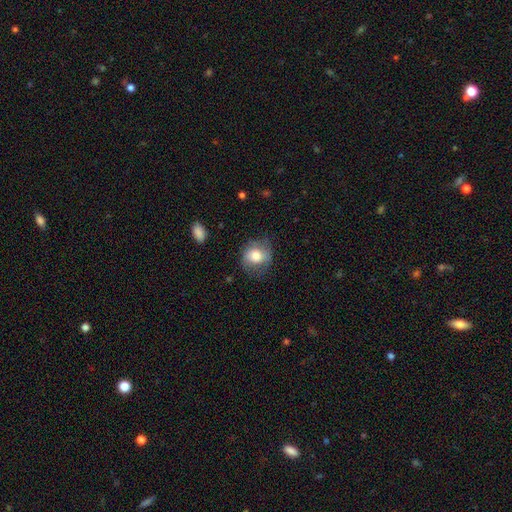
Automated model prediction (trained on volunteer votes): A smooth galaxy with no disk features (76%) that is round (68%).

Vote fractions:
- Smooth or featured? smooth: 76% / featured or disk: 16% / star or artifact: 8%
- How rounded? round: 68% / in between: 31% / cigar-shaped: 1%
- Merging? none: 62% / minor disturbance: 25% / major disturbance: 11% / merger: 2%